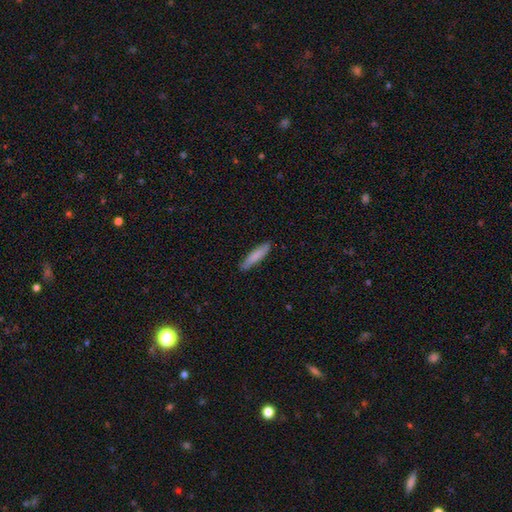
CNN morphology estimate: A smooth galaxy with no disk features (81%) that is cigar-shaped (87%). Merging: none (88%).